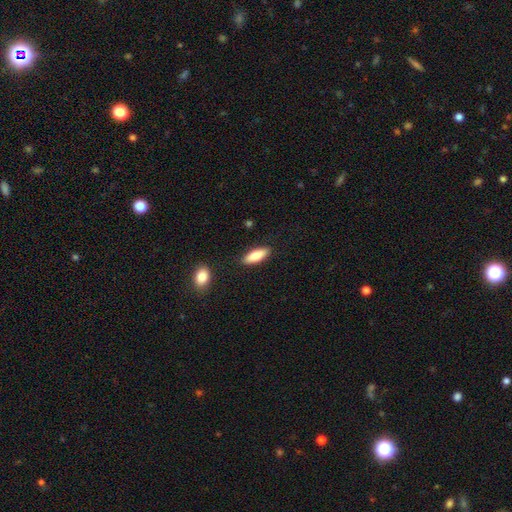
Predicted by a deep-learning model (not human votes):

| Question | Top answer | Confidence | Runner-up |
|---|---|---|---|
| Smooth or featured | smooth | 80% | featured or disk (14%) |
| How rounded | in between | 67% | cigar-shaped (31%) |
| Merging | none | 86% | minor disturbance (9%) |